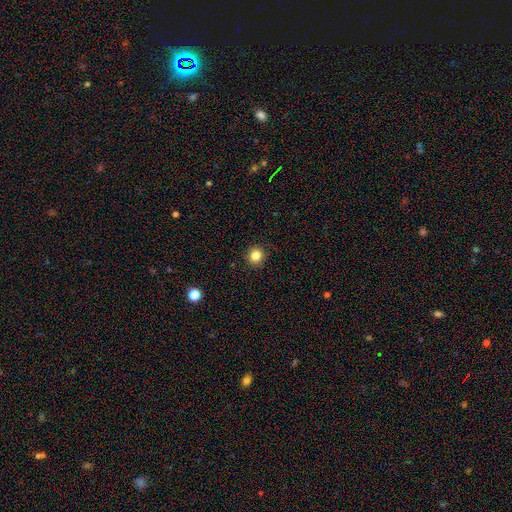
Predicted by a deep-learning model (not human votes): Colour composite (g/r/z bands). It shows a smooth galaxy with no disk features (83%) that is round (93%). Merging: none (91%).